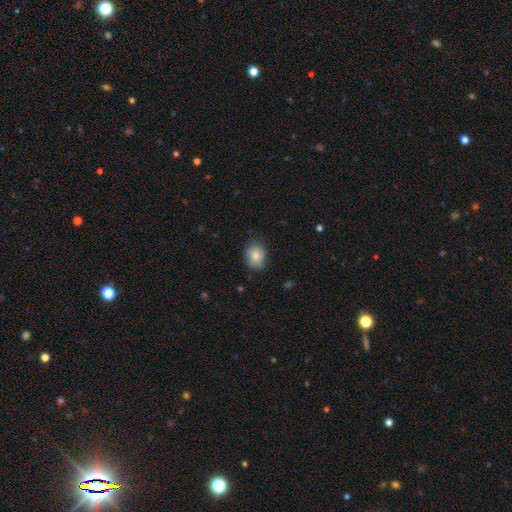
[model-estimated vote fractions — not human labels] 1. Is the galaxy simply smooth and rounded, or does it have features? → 85% smooth, 8% star or artifact, 7% featured or disk.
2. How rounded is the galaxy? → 54% round, 45% in between, 1% cigar-shaped.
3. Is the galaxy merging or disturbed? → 78% none, 18% minor disturbance, 3% major disturbance, 1% merger.